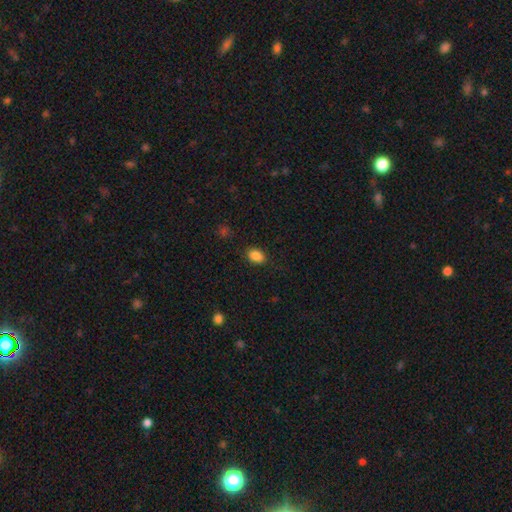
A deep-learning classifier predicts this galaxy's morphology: Smooth or featured? smooth (87%)
How rounded? in between (80%)
Merging? none (85%)